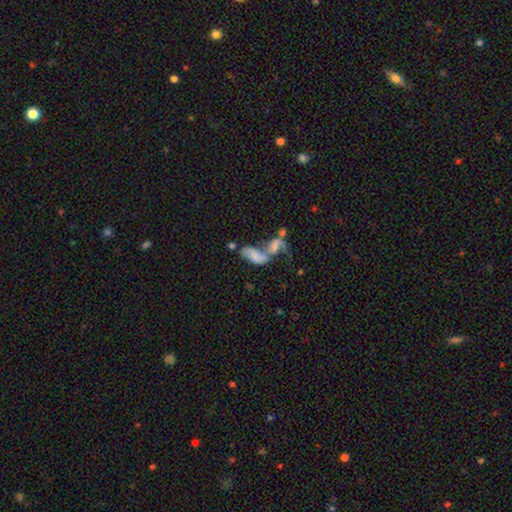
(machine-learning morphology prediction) Smooth or featured? smooth (50%)
How rounded? in between (83%)
Merging? merger (76%)